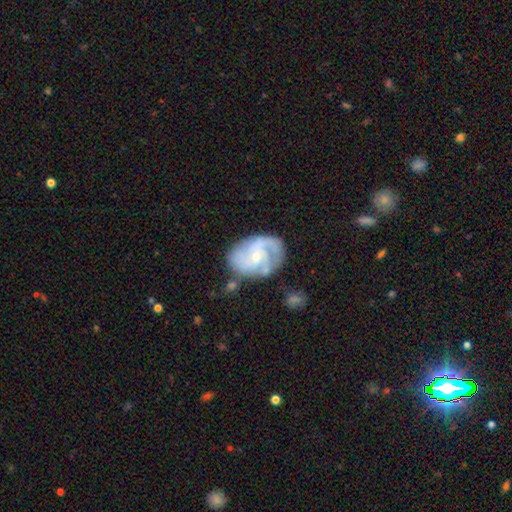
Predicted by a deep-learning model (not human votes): Smooth or featured? Predicted: featured or disk (p=0.80). Edge-on disk? Predicted: no (p=0.98). Bar? Predicted: no (p=0.64). Spiral arms? Predicted: yes (p=0.93). Spiral winding? Predicted: medium (p=0.43). Spiral arm count? Predicted: 2 (p=0.32). Bulge size? Predicted: small (p=0.67). Merging? Predicted: none (p=0.61).